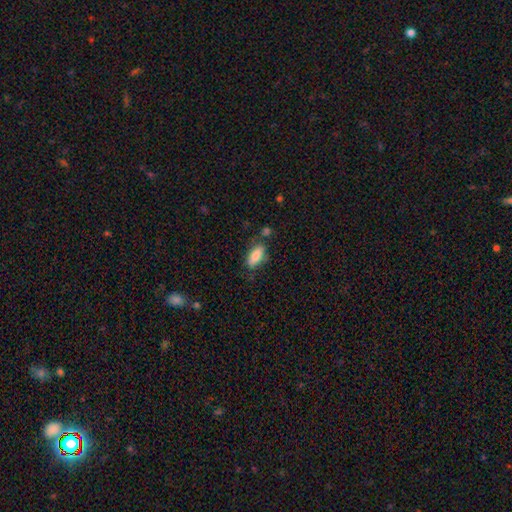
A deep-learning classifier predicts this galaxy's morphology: Smooth or featured? Predicted: smooth (p=0.81). How rounded? Predicted: in between (p=0.85). Merging? Predicted: none (p=0.70).